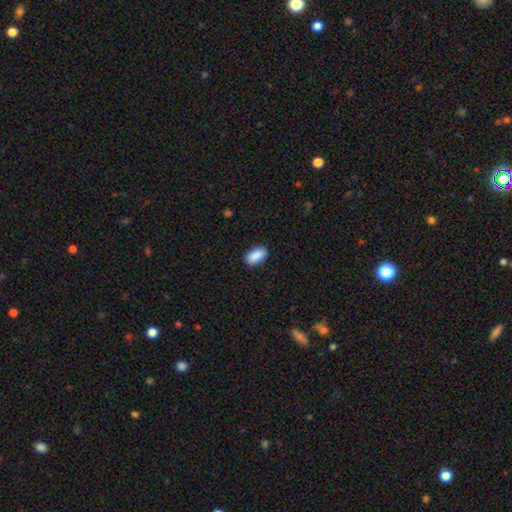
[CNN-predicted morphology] The model was most divided on "merging": none: 87%, minor disturbance: 10%, major disturbance: 2%, merger: 1%. More confident: how rounded — in between (91%); smooth or featured — smooth (90%).